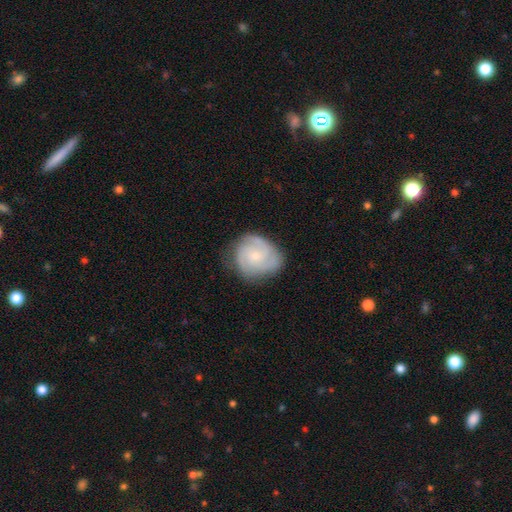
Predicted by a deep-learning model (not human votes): Q: Smooth or featured?
A: featured or disk (76%); runner-up: smooth (19%)
Q: Edge-on disk?
A: no (98%); runner-up: yes (2%)
Q: Bar?
A: no (73%); runner-up: weak (24%)
Q: Spiral arms?
A: yes (96%); runner-up: no (4%)
Q: Spiral winding?
A: tight (54%); runner-up: medium (38%)
Q: Spiral arm count?
A: 3 (54%); runner-up: 2 (18%)
Q: Bulge size?
A: small (64%); runner-up: moderate (31%)
Q: Merging?
A: none (73%); runner-up: minor disturbance (20%)